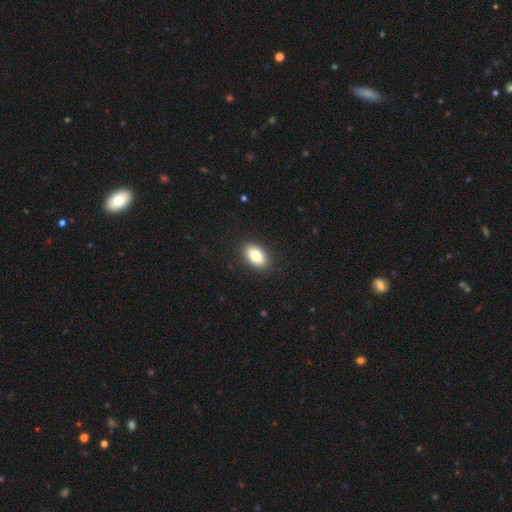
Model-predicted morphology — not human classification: Smooth or featured? smooth (82%)
How rounded? in between (92%)
Merging? none (89%)